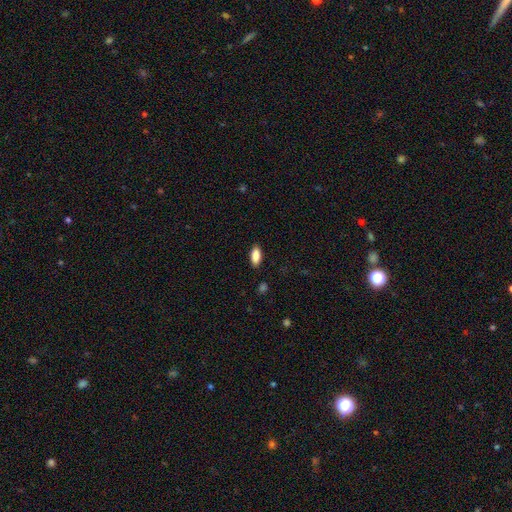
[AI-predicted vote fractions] This is clearly a smooth galaxy (87%). How rounded: clearly in between (84%). Merging: clearly none (88%).